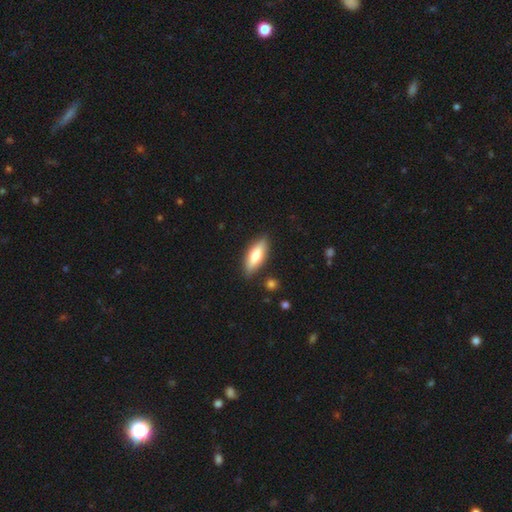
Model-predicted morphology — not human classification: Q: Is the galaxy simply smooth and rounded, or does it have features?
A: smooth — 69%.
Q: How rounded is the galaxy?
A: in between — 61%.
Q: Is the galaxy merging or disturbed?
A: none — 85%.